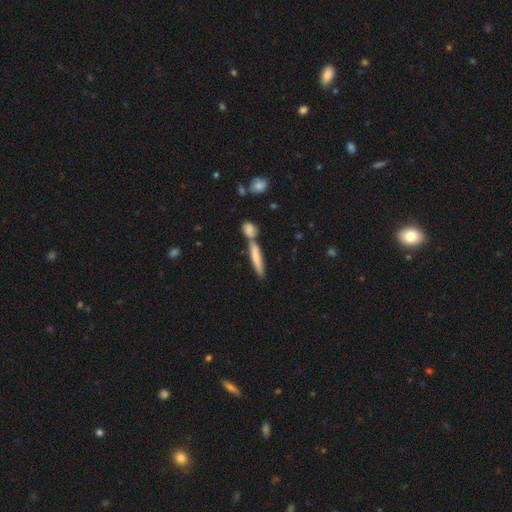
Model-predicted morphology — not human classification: Overall: smooth (68%). How rounded: cigar-shaped (89%). Merging: none (57%; merger 28%).